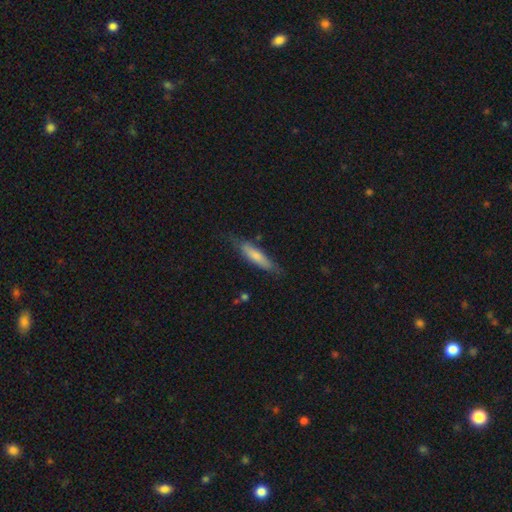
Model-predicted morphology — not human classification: Q: Smooth or featured?
A: smooth (68%); runner-up: featured or disk (27%)
Q: How rounded?
A: cigar-shaped (78%); runner-up: in between (21%)
Q: Merging?
A: none (72%); runner-up: minor disturbance (21%)